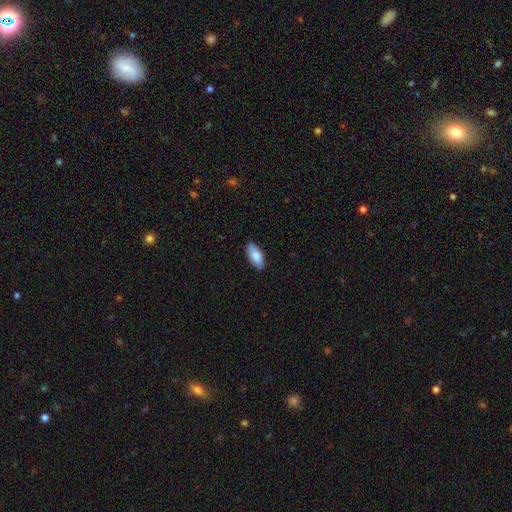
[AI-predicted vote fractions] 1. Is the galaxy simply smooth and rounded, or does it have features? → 86% smooth, 8% featured or disk, 6% star or artifact.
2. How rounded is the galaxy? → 89% in between, 9% cigar-shaped, 2% round.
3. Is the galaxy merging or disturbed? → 89% none, 9% minor disturbance, 2% major disturbance, 1% merger.